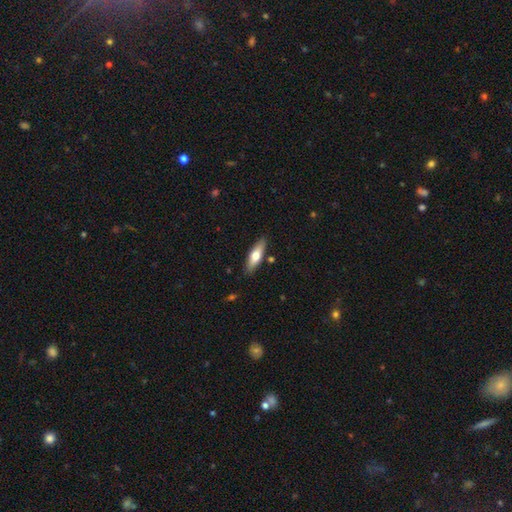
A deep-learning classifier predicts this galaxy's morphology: Q: Smooth or featured?
A: smooth (60%); runner-up: featured or disk (34%)
Q: How rounded?
A: cigar-shaped (51%); runner-up: in between (46%)
Q: Merging?
A: none (86%); runner-up: minor disturbance (10%)